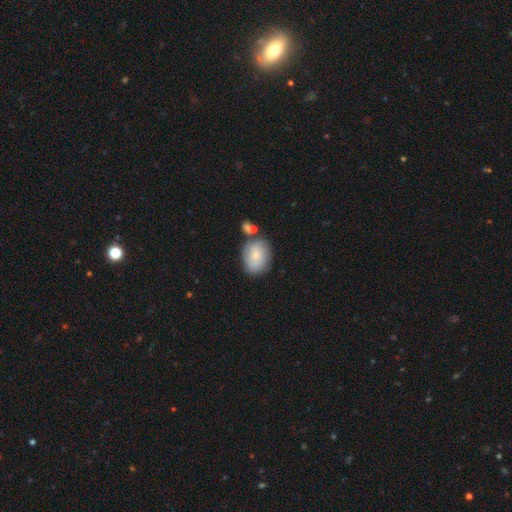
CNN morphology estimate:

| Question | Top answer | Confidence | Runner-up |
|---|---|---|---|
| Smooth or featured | smooth | 60% | featured or disk (33%) |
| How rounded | in between | 64% | round (35%) |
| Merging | none | 59% | minor disturbance (20%) |